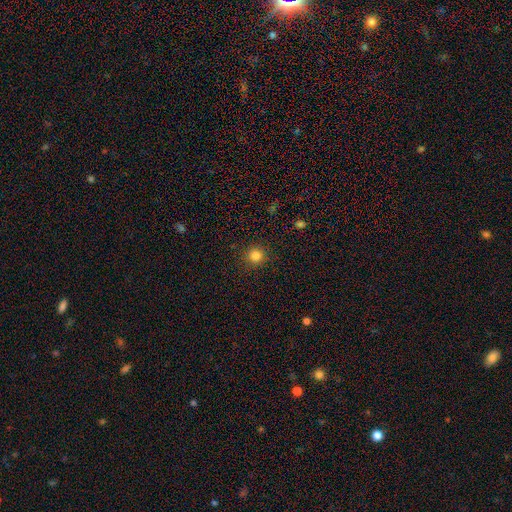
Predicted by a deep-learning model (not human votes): smooth_or_featured: smooth (p=0.82) [alt: star or artifact p=0.13]
how_rounded: round (p=0.94) [alt: in between p=0.05]
merging: none (p=0.91) [alt: minor disturbance p=0.06]